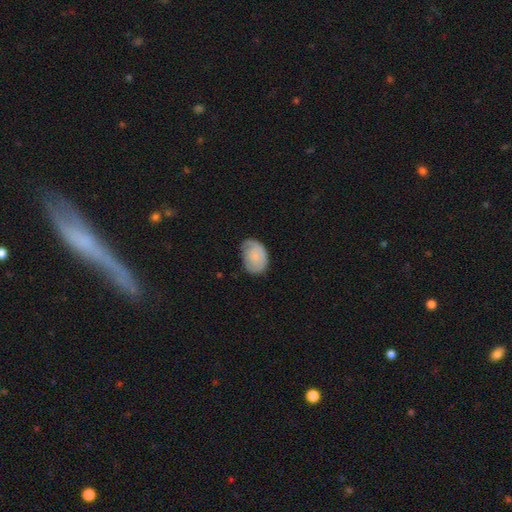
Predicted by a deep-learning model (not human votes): smooth_or_featured: smooth (p=0.69) [alt: featured or disk p=0.25]
how_rounded: in between (p=0.77) [alt: round p=0.22]
merging: none (p=0.49) [alt: minor disturbance p=0.36]